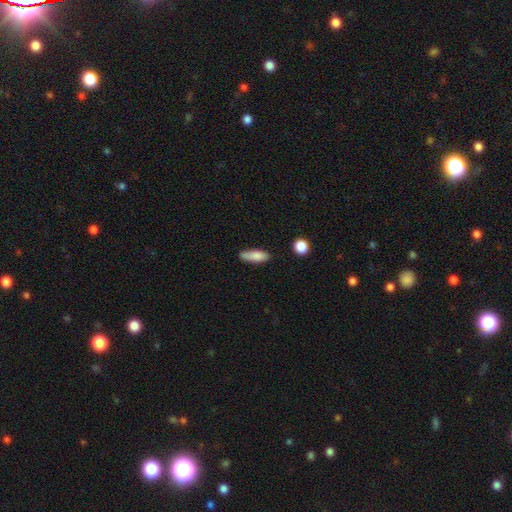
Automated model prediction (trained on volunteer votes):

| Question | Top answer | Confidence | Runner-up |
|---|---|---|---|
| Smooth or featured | smooth | 83% | featured or disk (10%) |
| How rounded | in between | 55% | cigar-shaped (43%) |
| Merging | none | 64% | minor disturbance (27%) |